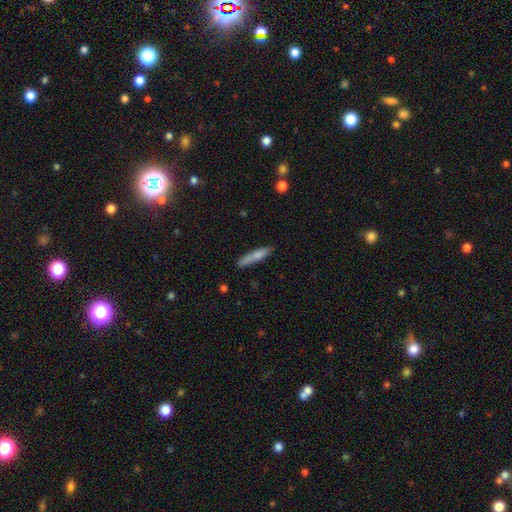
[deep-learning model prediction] Smooth or featured: smooth — 76% (featured or disk — 18%)
How rounded: cigar-shaped — 88% (in between — 10%)
Merging: none — 78% (minor disturbance — 16%)